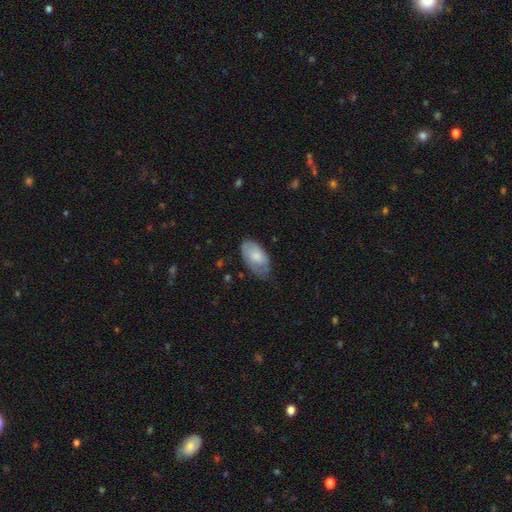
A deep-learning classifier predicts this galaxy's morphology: Overall: smooth (71%). How rounded: in between (94%). Merging: none (54%; minor disturbance 35%).